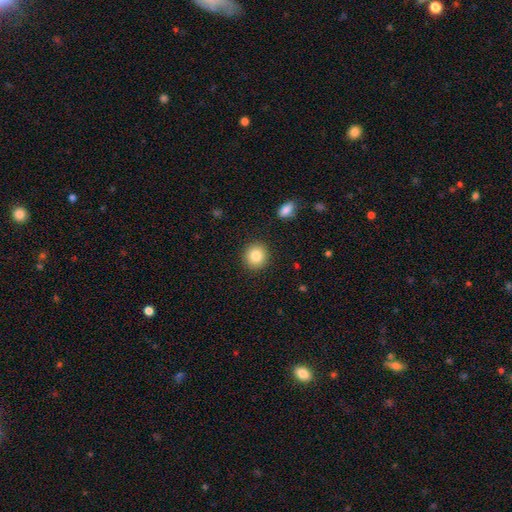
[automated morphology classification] This appears to be a smooth galaxy with no disk features (84%) that is round (88%). Merging: none (90%).